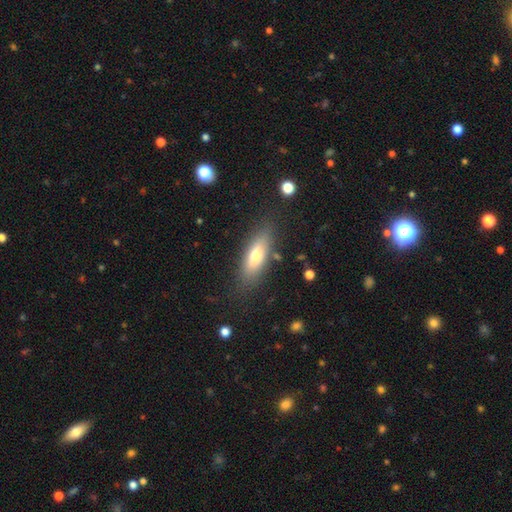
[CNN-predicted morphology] smooth_or_featured: smooth (p=0.69) [alt: featured or disk p=0.24]
how_rounded: in between (p=0.62) [alt: cigar-shaped p=0.35]
merging: none (p=0.80) [alt: minor disturbance p=0.13]